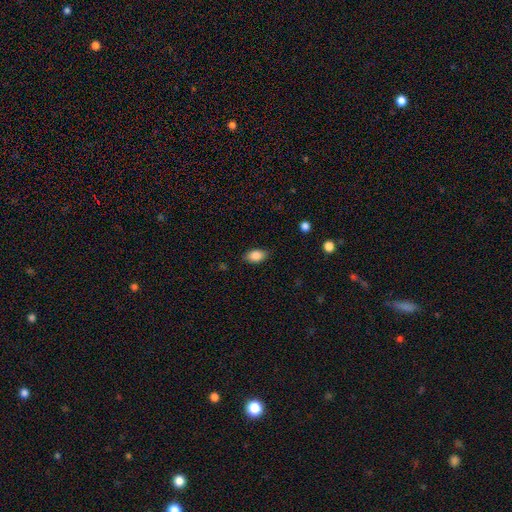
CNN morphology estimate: smooth-or-featured: smooth: 86% | star or artifact: 8% | featured or disk: 6%
  how-rounded: in between: 90% | round: 8% | cigar-shaped: 2%
  merging: none: 85% | minor disturbance: 12% | major disturbance: 3% | merger: 1%